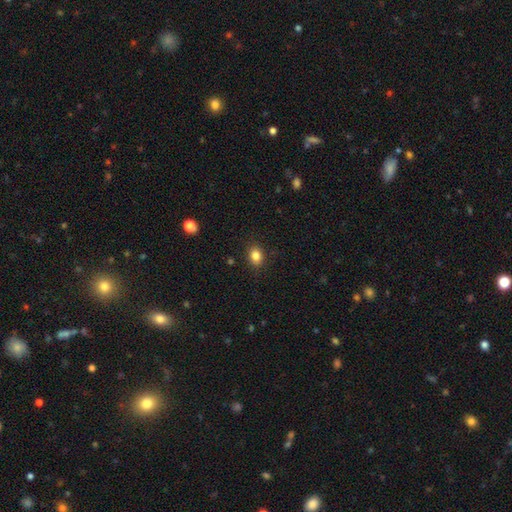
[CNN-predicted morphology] A smooth galaxy with no disk features (84%) that is in between round and cigar-shaped (58%).

Vote fractions:
- Smooth or featured? smooth: 84% / star or artifact: 11% / featured or disk: 5%
- How rounded? in between: 58% / round: 41% / cigar-shaped: 1%
- Merging? none: 88% / minor disturbance: 9% / major disturbance: 2% / merger: 1%